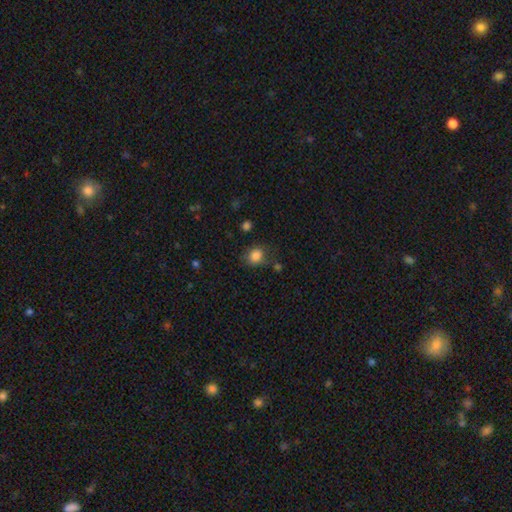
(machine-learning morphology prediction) Smooth or featured? Predicted: smooth (p=0.84). How rounded? Predicted: round (p=0.65). Merging? Predicted: none (p=0.71).